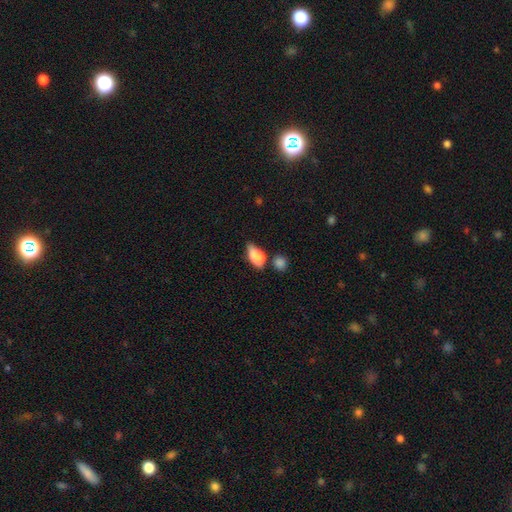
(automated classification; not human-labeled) This appears to be a smooth galaxy with no disk features (78%) that is in between round and cigar-shaped (84%). Merging: none (37%).